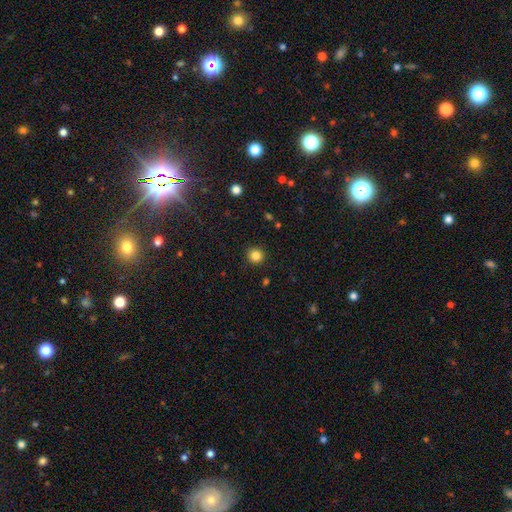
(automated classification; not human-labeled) This is clearly a smooth galaxy (84%). How rounded: clearly round (94%). Merging: clearly none (92%).